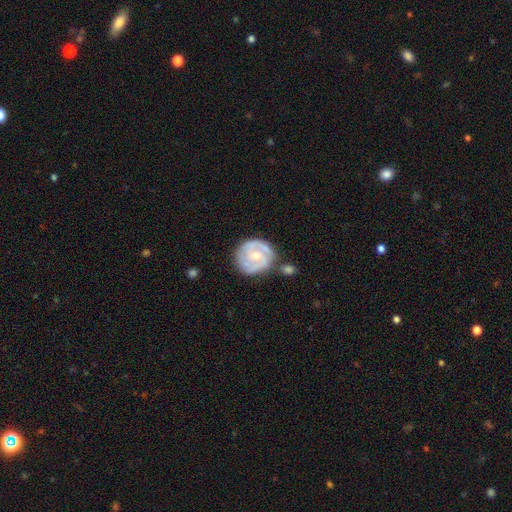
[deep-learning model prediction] smooth_or_featured: featured or disk (p=0.75) [alt: smooth p=0.20]
disk_edge_on: no (p=0.98) [alt: yes p=0.02]
bar: no (p=0.61) [alt: weak p=0.33]
has_spiral_arms: yes (p=0.89) [alt: no p=0.11]
spiral_winding: tight (p=0.56) [alt: medium p=0.34]
spiral_arm_count: 2 (p=0.51) [alt: can't tell p=0.21]
bulge_size: moderate (p=0.49) [alt: small p=0.45]
merging: none (p=0.64) [alt: minor disturbance p=0.20]